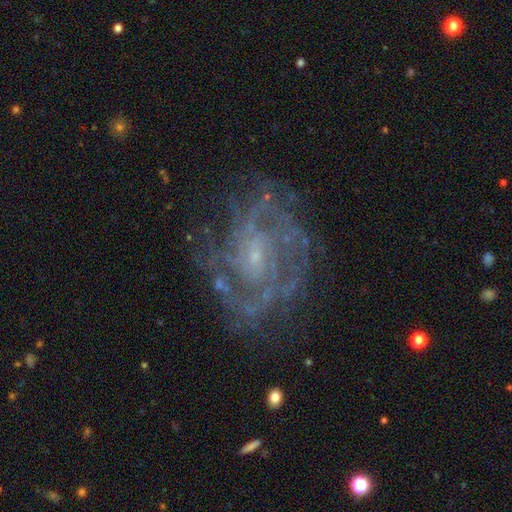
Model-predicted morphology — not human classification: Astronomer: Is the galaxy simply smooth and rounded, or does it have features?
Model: featured or disk — 83%.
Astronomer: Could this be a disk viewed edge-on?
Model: no — 98%.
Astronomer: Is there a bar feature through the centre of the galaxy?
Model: no — 58% (runner-up: weak, 35%).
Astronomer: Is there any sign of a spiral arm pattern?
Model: yes — 87%.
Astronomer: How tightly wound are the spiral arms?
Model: tight — 44% (runner-up: medium, 42%).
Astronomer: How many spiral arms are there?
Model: can't tell — 37% (runner-up: 2, 23%).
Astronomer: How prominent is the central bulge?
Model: small — 74%.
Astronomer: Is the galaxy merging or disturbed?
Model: none — 68%.